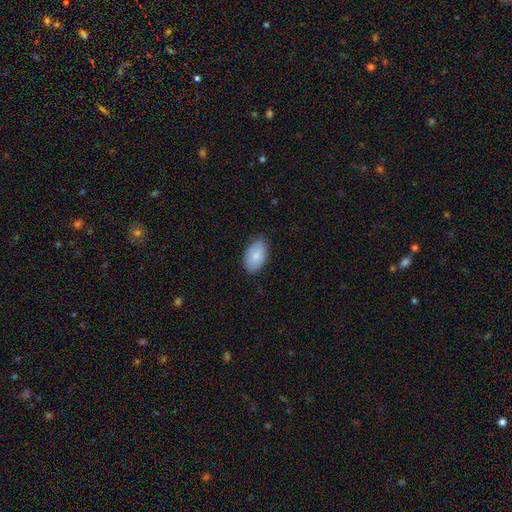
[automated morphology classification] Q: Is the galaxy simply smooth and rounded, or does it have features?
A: smooth — 81%.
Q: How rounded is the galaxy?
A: in between — 93%.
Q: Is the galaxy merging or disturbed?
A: none — 78%.